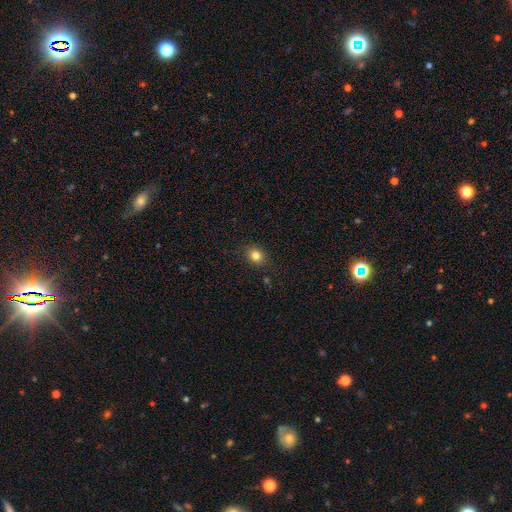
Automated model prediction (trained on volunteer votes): This appears to be a smooth galaxy with no disk features (81%) that is round (57%). Merging: none (87%).